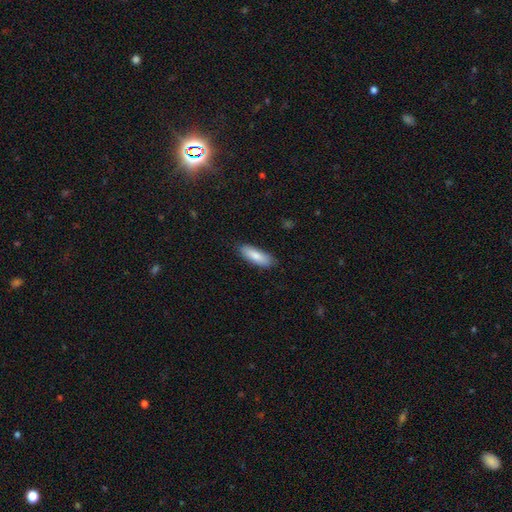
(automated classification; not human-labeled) Smooth or featured?
  - smooth: 84% *
  - featured or disk: 10%
  - star or artifact: 6%
How rounded?
  - in between: 61% *
  - cigar-shaped: 37%
  - round: 2%
Merging?
  - none: 84% *
  - minor disturbance: 12%
  - major disturbance: 2%
  - merger: 1%